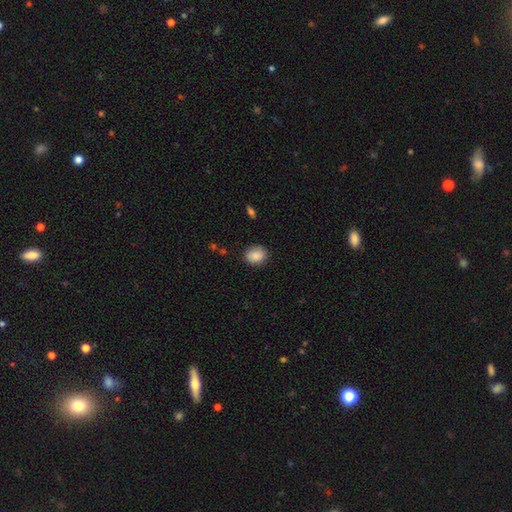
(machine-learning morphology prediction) smooth_or_featured: smooth (p=0.87) [alt: star or artifact p=0.08]
how_rounded: round (p=0.57) [alt: in between p=0.42]
merging: none (p=0.85) [alt: minor disturbance p=0.11]